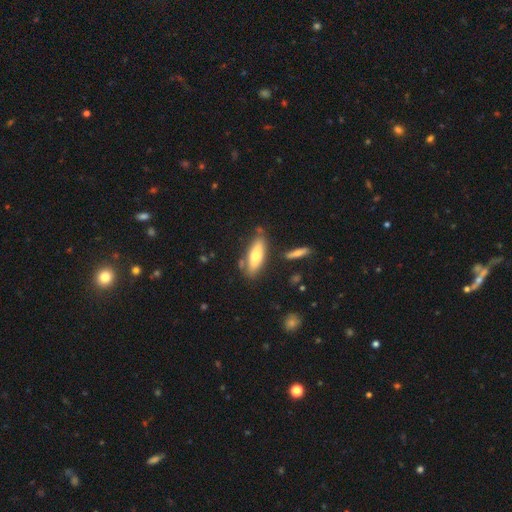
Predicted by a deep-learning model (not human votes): smooth_or_featured: smooth (p=0.66) [alt: featured or disk p=0.28]
how_rounded: in between (p=0.58) [alt: cigar-shaped p=0.40]
merging: none (p=0.74) [alt: minor disturbance p=0.15]